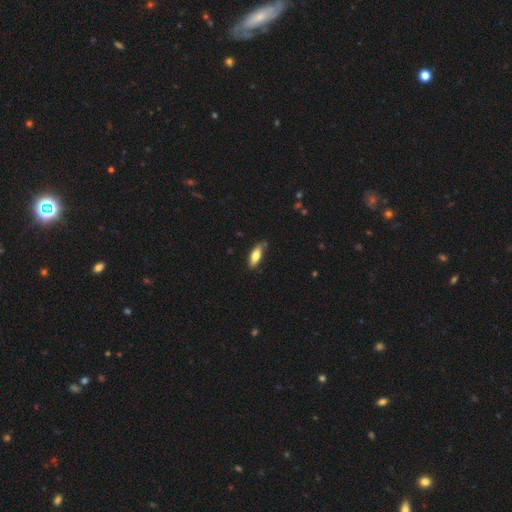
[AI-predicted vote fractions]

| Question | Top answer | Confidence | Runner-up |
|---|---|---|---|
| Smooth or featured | smooth | 73% | featured or disk (21%) |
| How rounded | in between | 67% | cigar-shaped (31%) |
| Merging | none | 71% | minor disturbance (23%) |